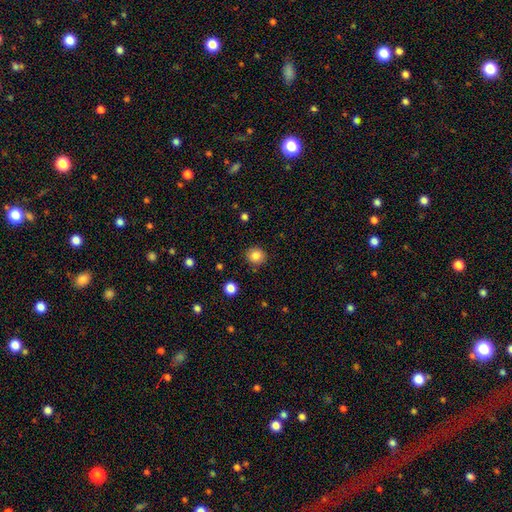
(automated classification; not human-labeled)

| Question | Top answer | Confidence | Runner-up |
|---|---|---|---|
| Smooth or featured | smooth | 85% | star or artifact (10%) |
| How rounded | round | 86% | in between (13%) |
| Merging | none | 88% | minor disturbance (8%) |